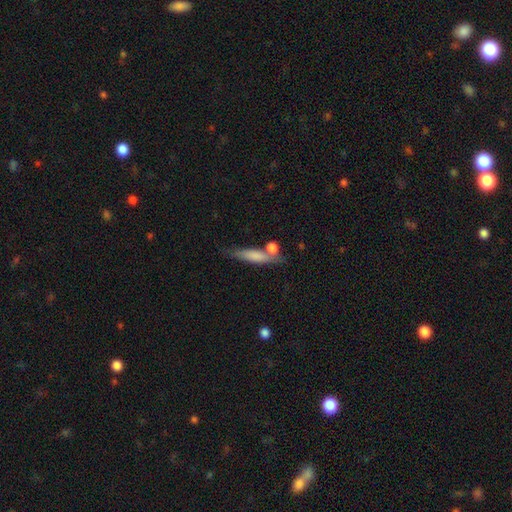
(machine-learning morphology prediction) The model was most divided on "merging": none: 55%, merger: 21%, minor disturbance: 17%, major disturbance: 6%. More confident: how rounded — cigar-shaped (71%); smooth or featured — smooth (71%).